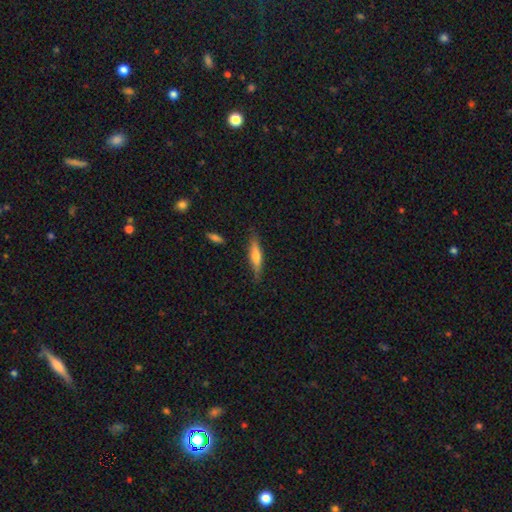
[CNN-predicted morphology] smooth 54%, featured or disk 40%, star or artifact 6%. Down the decision tree: how rounded — cigar-shaped (78%); merging — none (80%).